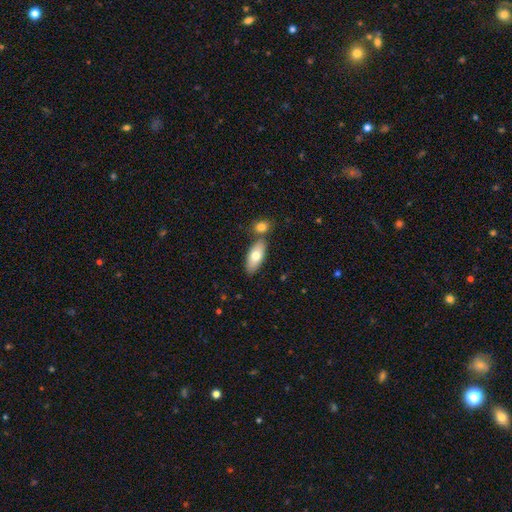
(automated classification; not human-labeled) A smooth galaxy with no disk features (74%) that is in between round and cigar-shaped (83%). Merging: none (66%).